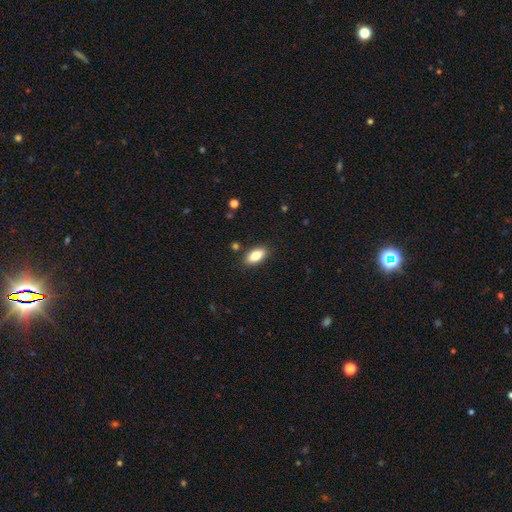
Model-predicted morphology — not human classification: Q: Smooth or featured?
A: smooth (82%); runner-up: featured or disk (10%)
Q: How rounded?
A: in between (89%); runner-up: cigar-shaped (8%)
Q: Merging?
A: none (86%); runner-up: minor disturbance (10%)